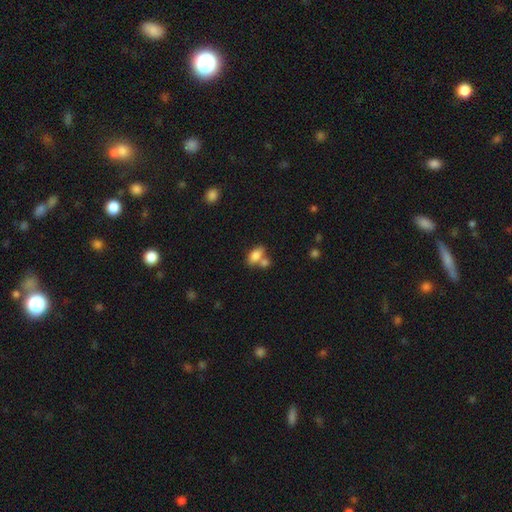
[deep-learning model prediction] The model was most divided on "merging": none: 48%, merger: 36%, minor disturbance: 11%, major disturbance: 4%. More confident: how rounded — in between (88%); smooth or featured — smooth (81%).